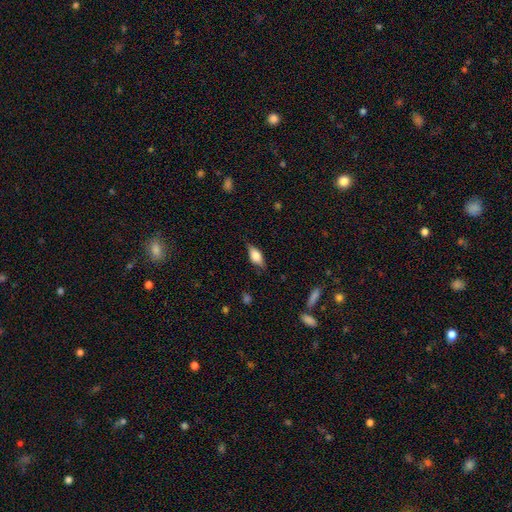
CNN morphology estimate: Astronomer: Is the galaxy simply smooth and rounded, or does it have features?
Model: smooth — 66%.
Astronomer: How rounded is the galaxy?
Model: in between — 81%.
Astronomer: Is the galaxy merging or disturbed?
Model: none — 78%.